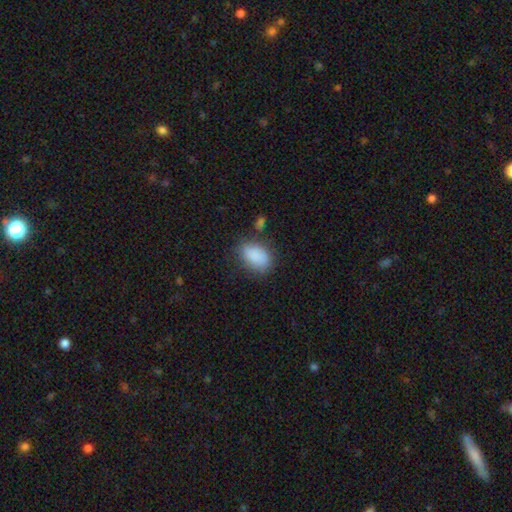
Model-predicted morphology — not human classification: Smooth or featured?
  - smooth: 86% *
  - star or artifact: 8%
  - featured or disk: 6%
How rounded?
  - in between: 86% *
  - round: 12%
  - cigar-shaped: 2%
Merging?
  - none: 69% *
  - minor disturbance: 20%
  - major disturbance: 7%
  - merger: 5%